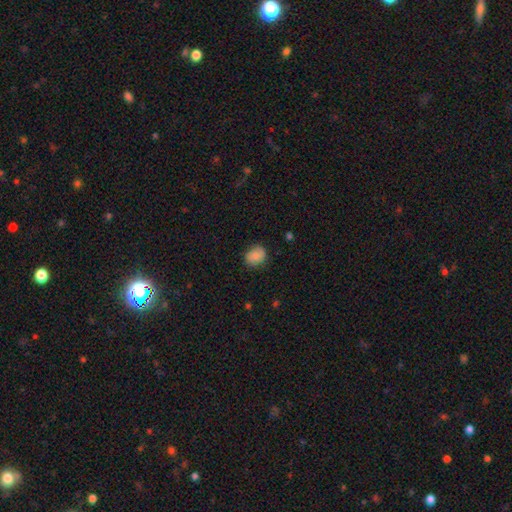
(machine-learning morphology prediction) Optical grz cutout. It shows a smooth galaxy with no disk features (82%) that is round (55%). Merging: none (77%).